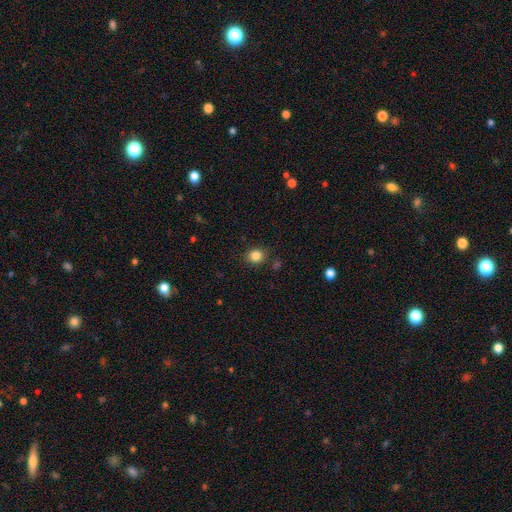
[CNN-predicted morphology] Smooth or featured? Predicted: smooth (p=0.84). How rounded? Predicted: round (p=0.72). Merging? Predicted: none (p=0.83).